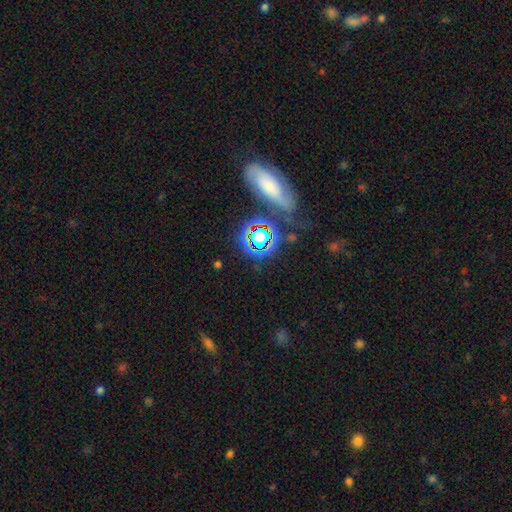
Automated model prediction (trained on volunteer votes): star or artifact 42%, smooth 37%, featured or disk 21%.